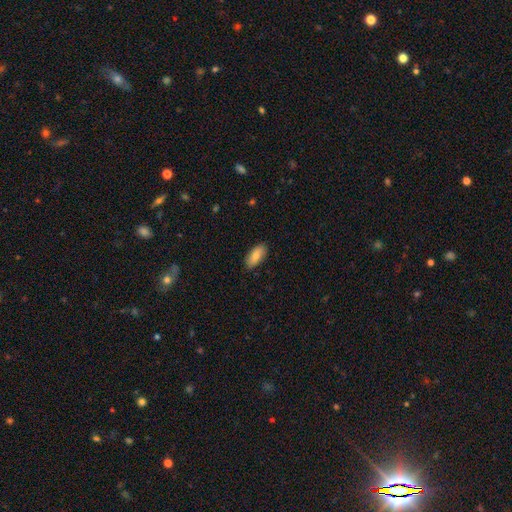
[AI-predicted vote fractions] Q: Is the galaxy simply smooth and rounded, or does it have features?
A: smooth — 79%.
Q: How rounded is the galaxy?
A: in between — 88%.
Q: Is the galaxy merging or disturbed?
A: none — 87%.